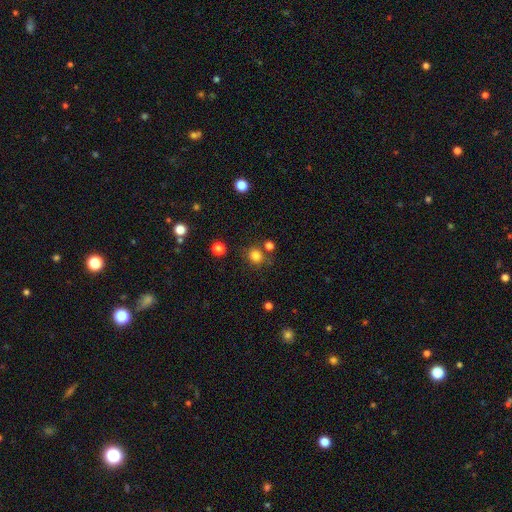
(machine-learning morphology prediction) Smooth or featured: smooth — 81% (star or artifact — 14%)
How rounded: round — 86% (in between — 14%)
Merging: none — 77% (minor disturbance — 10%)